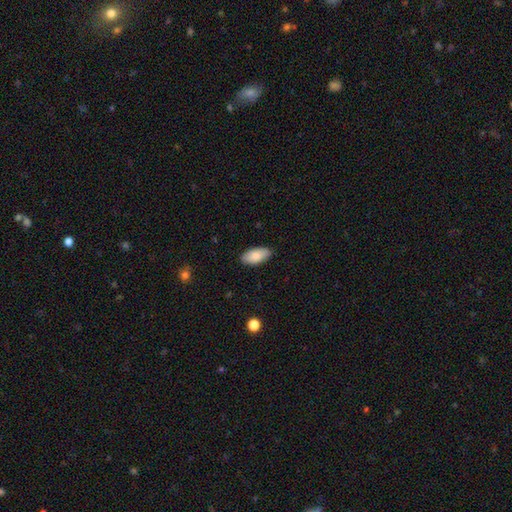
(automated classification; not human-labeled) Q: Smooth or featured?
A: smooth (86%); runner-up: featured or disk (8%)
Q: How rounded?
A: in between (93%); runner-up: cigar-shaped (5%)
Q: Merging?
A: none (86%); runner-up: minor disturbance (11%)